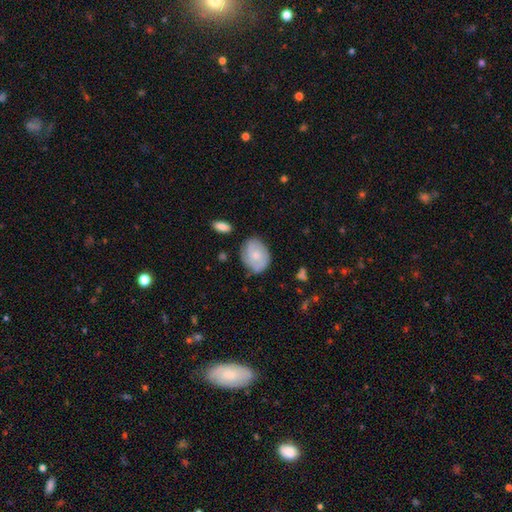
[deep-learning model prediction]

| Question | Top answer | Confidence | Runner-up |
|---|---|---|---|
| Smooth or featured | smooth | 53% | featured or disk (41%) |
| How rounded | in between | 63% | round (36%) |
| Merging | none | 68% | minor disturbance (24%) |